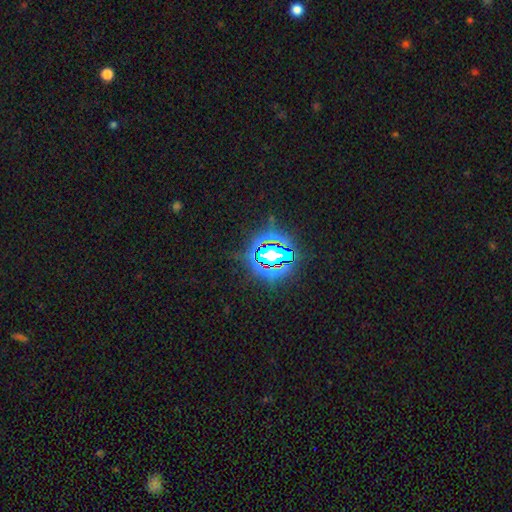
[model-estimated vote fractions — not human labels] star or artifact 82%, smooth 11%, featured or disk 6%.